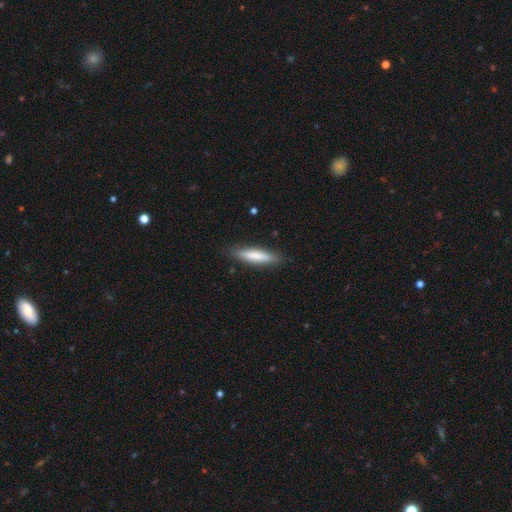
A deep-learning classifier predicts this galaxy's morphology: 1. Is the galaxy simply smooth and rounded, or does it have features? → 71% smooth, 23% featured or disk, 6% star or artifact.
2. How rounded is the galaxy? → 84% cigar-shaped, 15% in between, 1% round.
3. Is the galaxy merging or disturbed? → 87% none, 10% minor disturbance, 2% major disturbance, 1% merger.